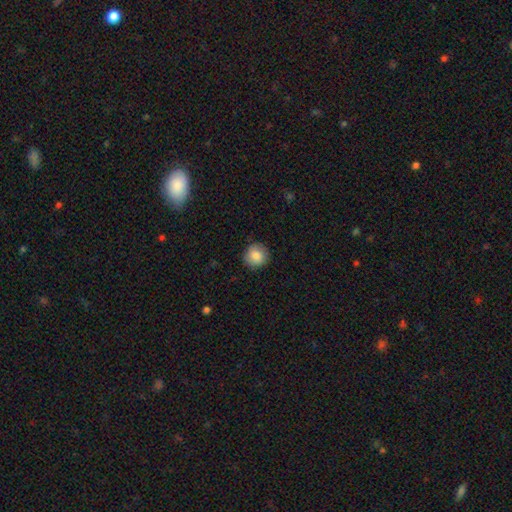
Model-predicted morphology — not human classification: Smooth or featured? Predicted: smooth (p=0.85). How rounded? Predicted: round (p=0.93). Merging? Predicted: none (p=0.88).